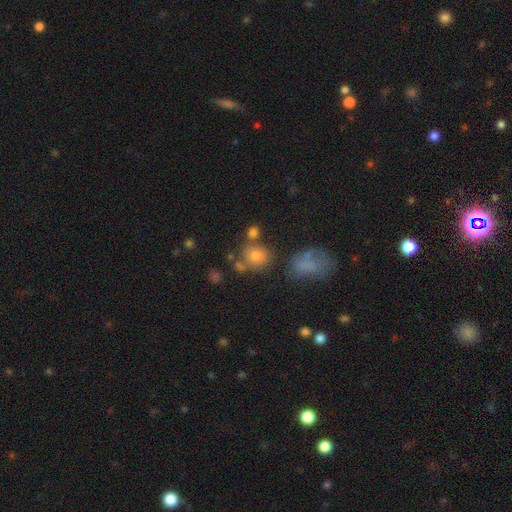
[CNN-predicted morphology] Overall: smooth (72%). How rounded: round (74%). Merging: none (58%; merger 20%).